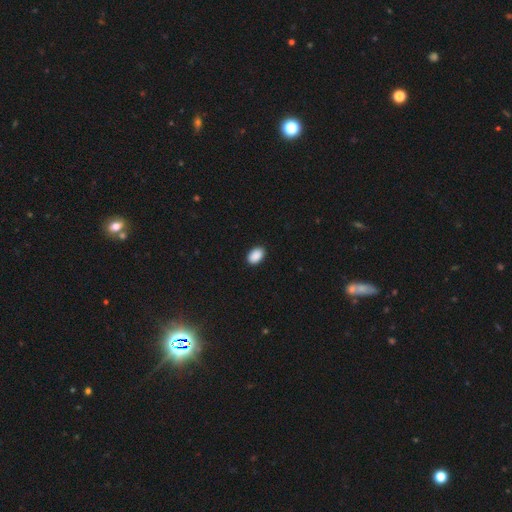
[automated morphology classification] Smooth or featured: smooth — 91% (star or artifact — 7%)
How rounded: in between — 90% (round — 9%)
Merging: none — 90% (minor disturbance — 8%)